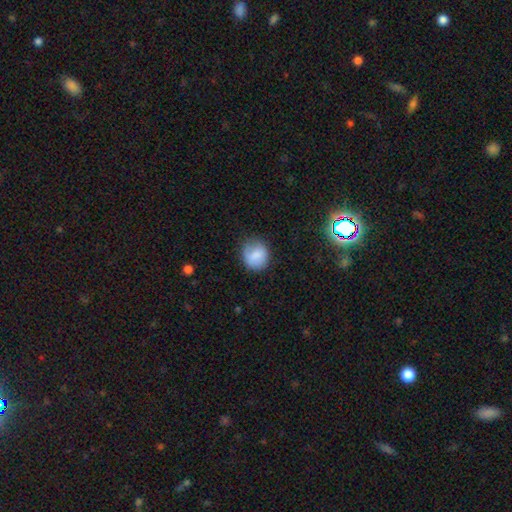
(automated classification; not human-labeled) Smooth or featured? smooth (80%)
How rounded? round (79%)
Merging? none (72%)